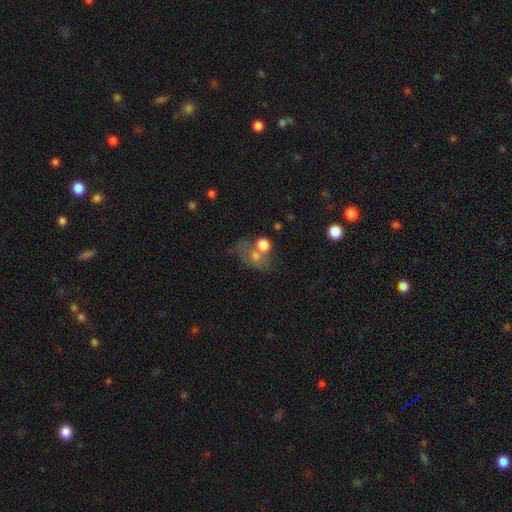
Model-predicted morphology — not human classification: smooth_or_featured: smooth (p=0.49) [alt: featured or disk p=0.27]
merging: none (p=0.41) [alt: merger p=0.27]